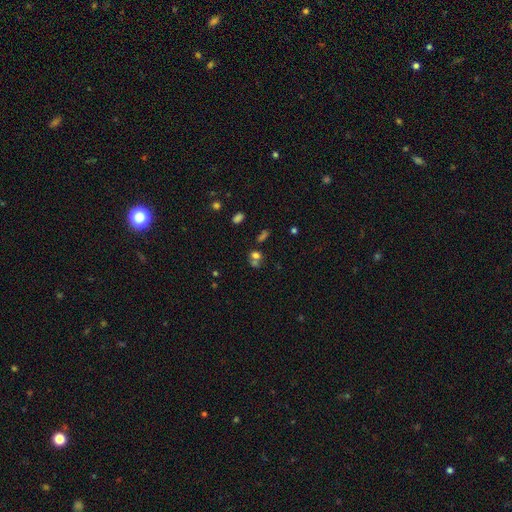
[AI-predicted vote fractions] smooth_or_featured: smooth (p=0.63) [alt: star or artifact p=0.22]
how_rounded: round (p=0.60) [alt: in between p=0.38]
merging: merger (p=0.45) [alt: none p=0.39]